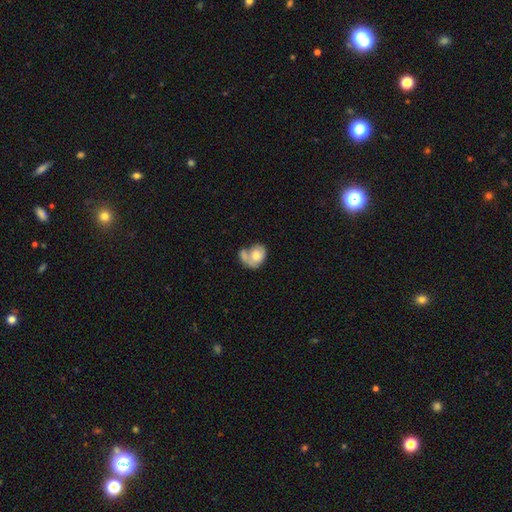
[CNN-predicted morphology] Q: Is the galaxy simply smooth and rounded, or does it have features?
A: smooth — 67%.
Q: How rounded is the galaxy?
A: in between — 58%.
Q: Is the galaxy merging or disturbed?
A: merger — 53%.